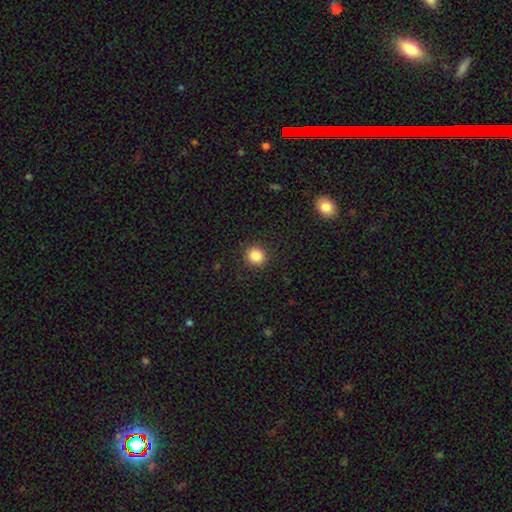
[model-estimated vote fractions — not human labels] The model was most divided on "smooth or featured": smooth: 86%, star or artifact: 10%, featured or disk: 4%. More confident: merging — none (91%); how rounded — round (88%).